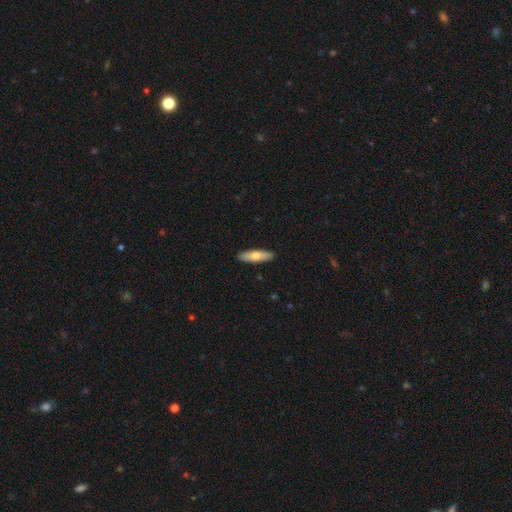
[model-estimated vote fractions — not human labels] smooth 68%, featured or disk 27%, star or artifact 5%. Down the decision tree: how rounded — cigar-shaped (64%); merging — none (91%).